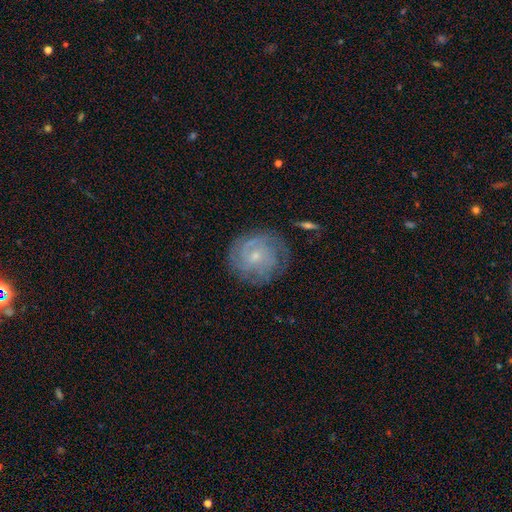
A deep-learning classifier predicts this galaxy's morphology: A featured or disk galaxy (72%) with no bar (70%), tight (68%) spiral arms (90%) and a small central bulge (73%).

Vote fractions:
- Smooth or featured? featured or disk: 72% / smooth: 20% / star or artifact: 8%
- Edge-on disk? no: 97% / yes: 3%
- Bar? no: 70% / weak: 27% / strong: 4%
- Spiral arms? yes: 90% / no: 10%
- Spiral winding? tight: 68% / medium: 25% / loose: 7%
- Spiral arm count? can't tell: 43% / 3: 17% / 2: 17% / 4: 11% / 1: 6% / more than 4: 6%
- Bulge size? small: 73% / moderate: 22% / none: 3% / large: 1% / dominant: 1%
- Merging? none: 76% / minor disturbance: 16% / major disturbance: 7% / merger: 2%